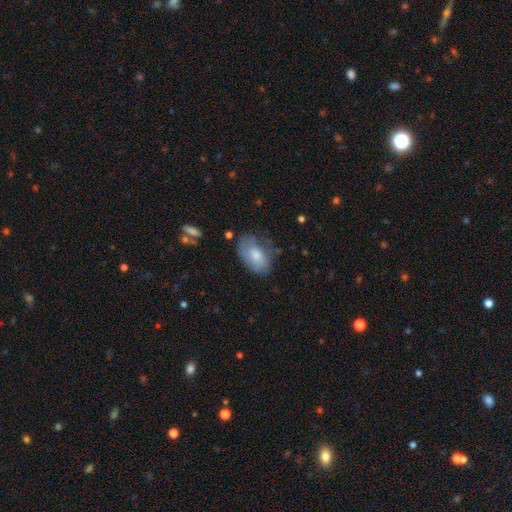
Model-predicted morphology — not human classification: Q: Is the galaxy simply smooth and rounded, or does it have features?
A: smooth — 70%.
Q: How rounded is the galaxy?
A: in between — 89%.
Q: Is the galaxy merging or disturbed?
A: none — 54%.